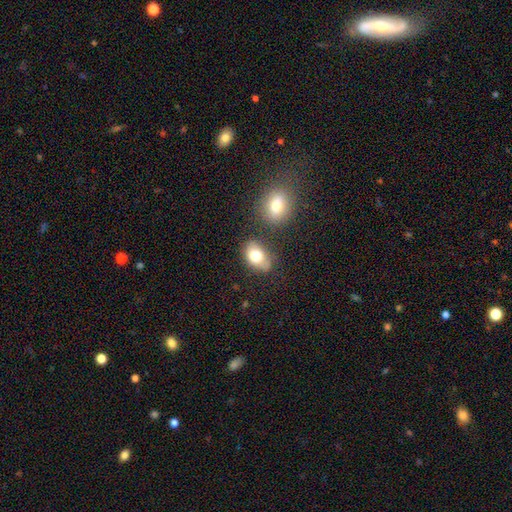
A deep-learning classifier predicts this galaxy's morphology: type=smooth (77%); roundness=in between (82%); merging=none (63%).